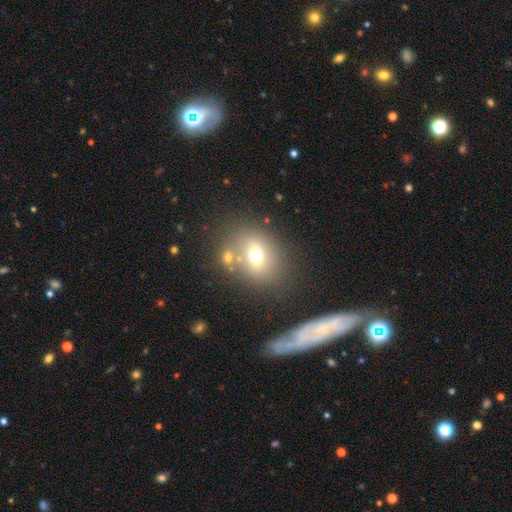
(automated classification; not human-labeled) Morphology: type=smooth (66%); roundness=in between (51%); merging=none (66%).